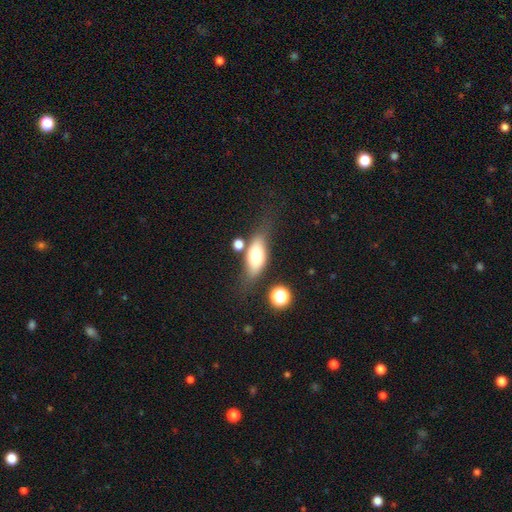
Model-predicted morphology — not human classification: type=smooth (67%); roundness=in between (75%); merging=none (63%).